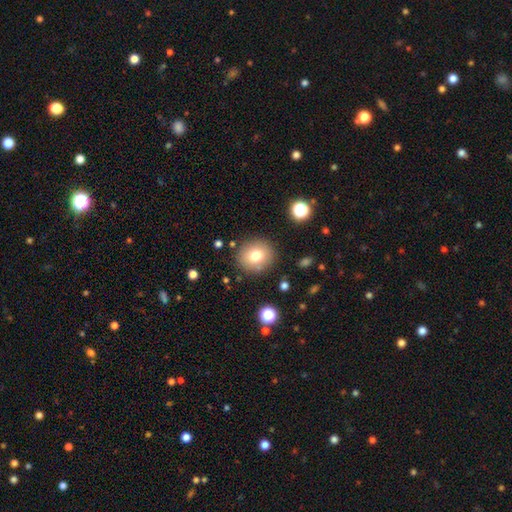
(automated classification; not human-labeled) Smooth or featured?
  - smooth: 76% *
  - featured or disk: 12%
  - star or artifact: 11%
How rounded?
  - round: 86% *
  - in between: 13%
  - cigar-shaped: 1%
Merging?
  - none: 86% *
  - minor disturbance: 9%
  - major disturbance: 3%
  - merger: 3%